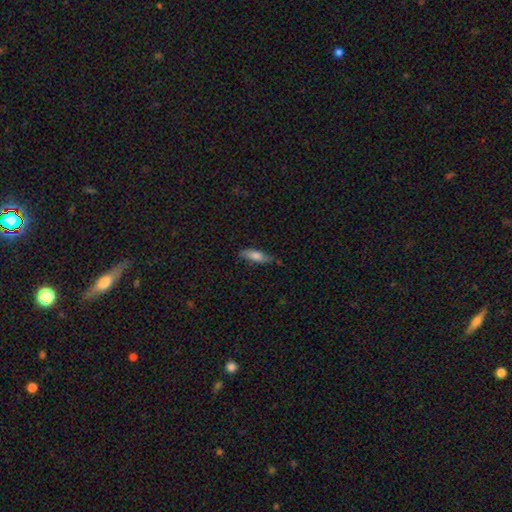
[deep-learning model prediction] This is likely a smooth galaxy (69%). How rounded: possibly cigar-shaped (55%). Merging: likely none (72%).